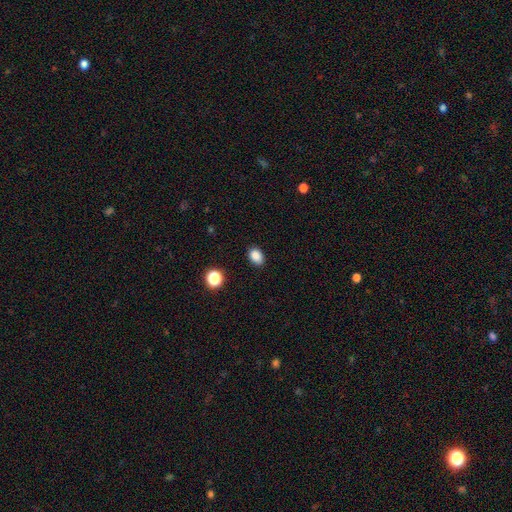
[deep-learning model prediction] smooth_or_featured: smooth (p=0.86) [alt: star or artifact p=0.11]
how_rounded: in between (p=0.77) [alt: round p=0.22]
merging: none (p=0.86) [alt: minor disturbance p=0.10]